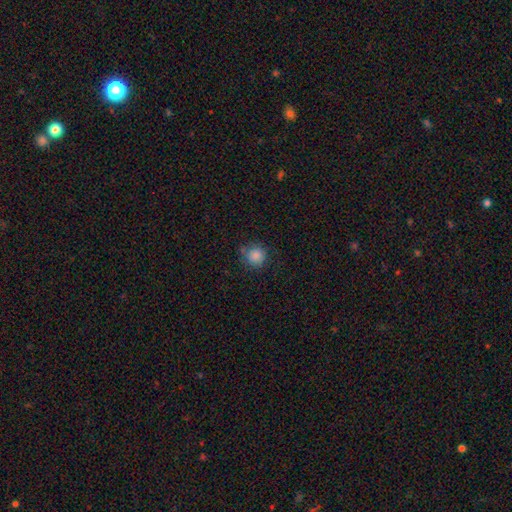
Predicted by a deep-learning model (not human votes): The model was most divided on "merging": none: 77%, minor disturbance: 15%, major disturbance: 4%, merger: 4%. More confident: how rounded — round (92%); smooth or featured — smooth (85%).